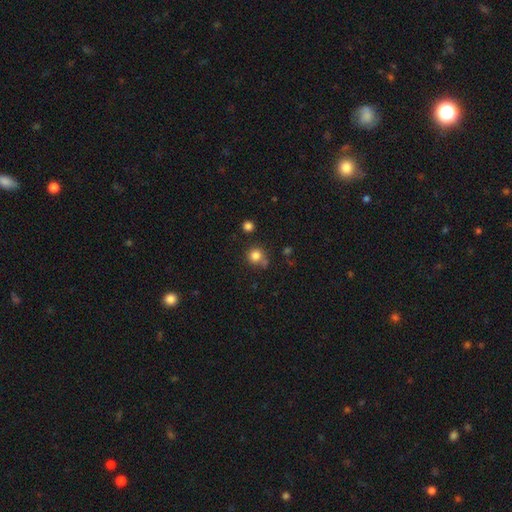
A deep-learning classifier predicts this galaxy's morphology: Smooth or featured? Predicted: smooth (p=0.81). How rounded? Predicted: round (p=0.90). Merging? Predicted: none (p=0.70).